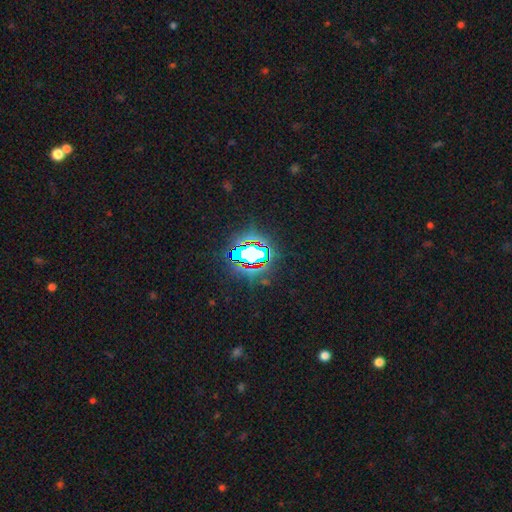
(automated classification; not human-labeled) Smooth or featured?
  - star or artifact: 80% *
  - smooth: 12%
  - featured or disk: 8%